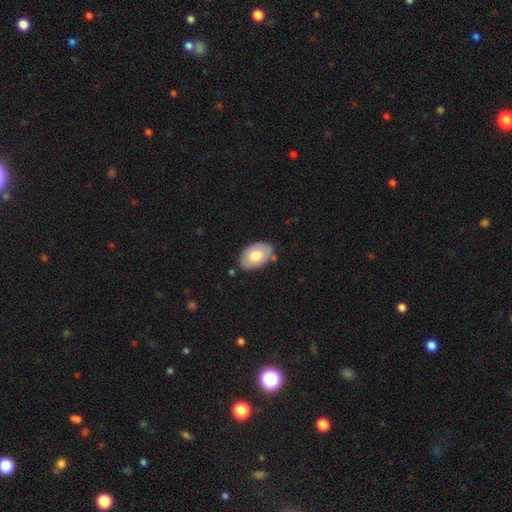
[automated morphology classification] Overall: smooth (68%). How rounded: in between (90%). Merging: none (79%).